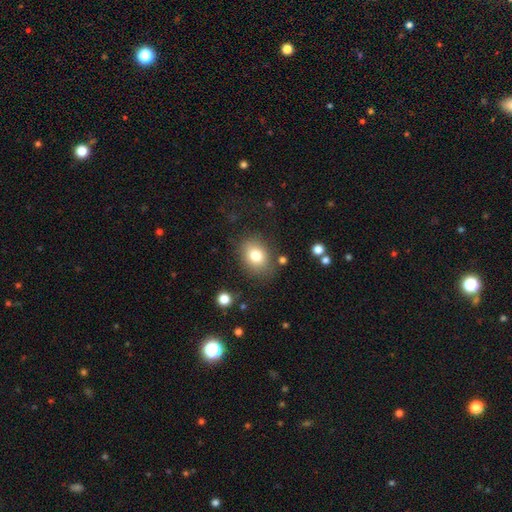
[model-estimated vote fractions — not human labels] Smooth or featured: smooth — 79% (featured or disk — 11%)
How rounded: in between — 58% (round — 41%)
Merging: none — 79% (minor disturbance — 14%)